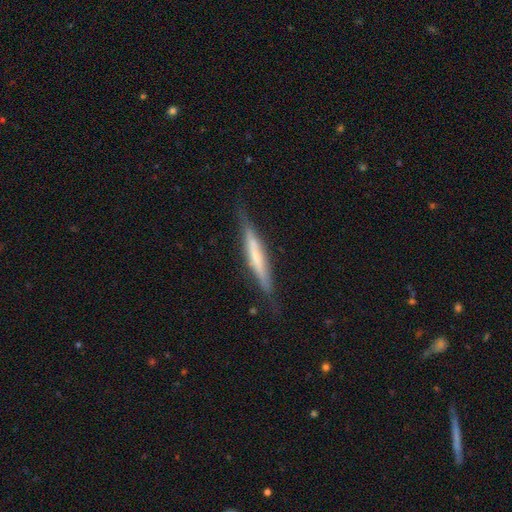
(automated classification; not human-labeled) A featured or disk galaxy (56%) viewed edge-on (94%) with no central bulge (52%). Merging: none (80%).